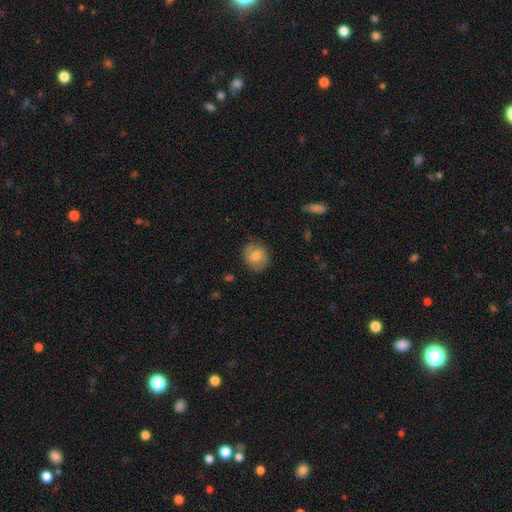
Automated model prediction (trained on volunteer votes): This is likely a smooth galaxy (63%). How rounded: likely round (72%). Merging: likely none (79%).